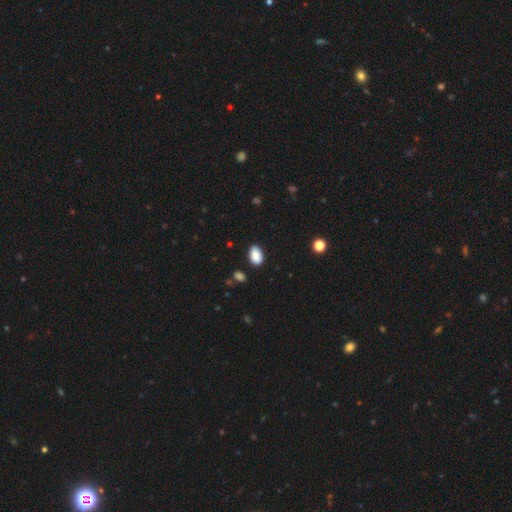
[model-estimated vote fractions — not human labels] This is clearly a smooth galaxy (88%). How rounded: clearly in between (91%). Merging: clearly none (86%).